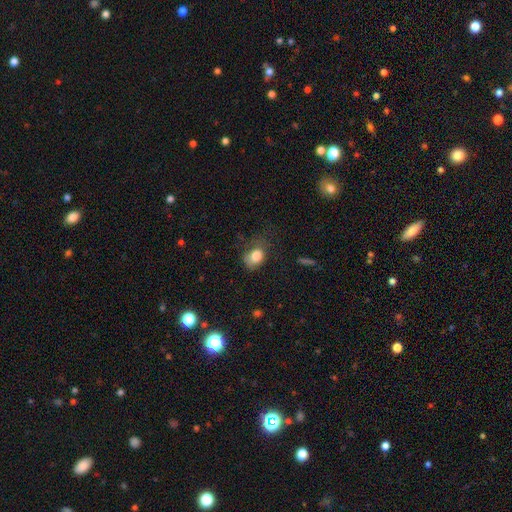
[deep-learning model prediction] A smooth galaxy with no disk features (80%) that is in between round and cigar-shaped (63%).

Vote fractions:
- Smooth or featured? smooth: 80% / featured or disk: 11% / star or artifact: 9%
- How rounded? in between: 63% / round: 36% / cigar-shaped: 1%
- Merging? none: 43% / minor disturbance: 30% / major disturbance: 25% / merger: 2%